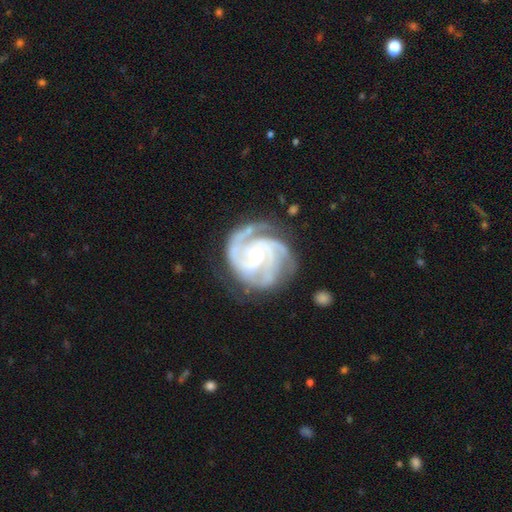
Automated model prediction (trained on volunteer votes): This appears to be a featured or disk galaxy (93%) with no bar (58%), 3 (54%) tight (63%) spiral arms (99%) and a small central bulge (59%). Merging: none (71%).